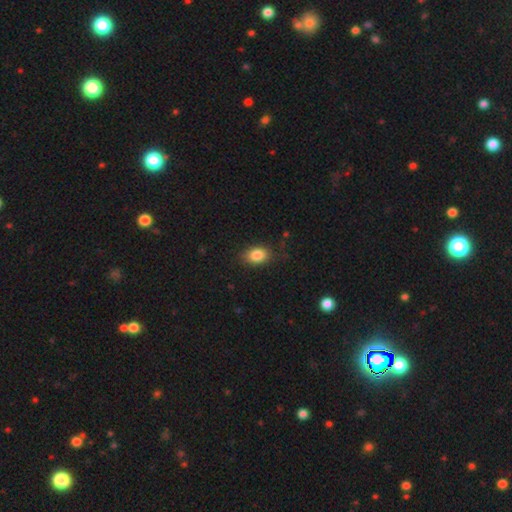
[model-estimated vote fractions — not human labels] A smooth galaxy with no disk features (86%) that is in between round and cigar-shaped (80%). Merging: none (81%).